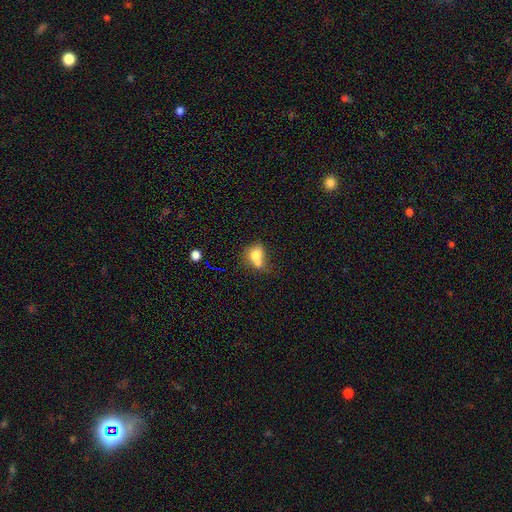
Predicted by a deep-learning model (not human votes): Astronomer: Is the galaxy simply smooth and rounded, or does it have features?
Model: smooth — 72%.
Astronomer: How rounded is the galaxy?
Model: round — 55% (runner-up: in between, 44%).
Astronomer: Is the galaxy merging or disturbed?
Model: merger — 52% (runner-up: none, 28%).